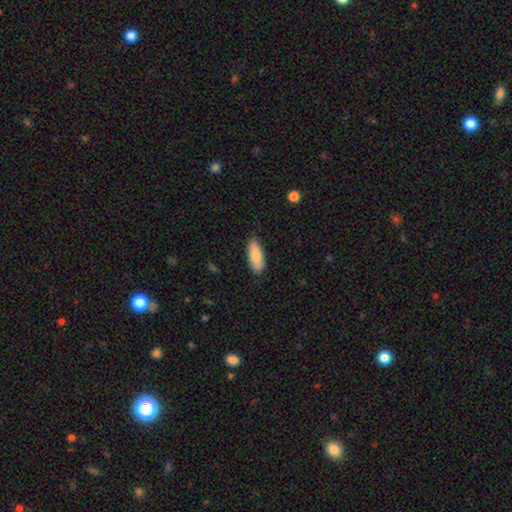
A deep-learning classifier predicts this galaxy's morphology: A smooth galaxy with no disk features (84%) that is in between round and cigar-shaped (69%).

Vote fractions:
- Smooth or featured? smooth: 84% / featured or disk: 11% / star or artifact: 6%
- How rounded? in between: 69% / cigar-shaped: 29% / round: 2%
- Merging? none: 84% / minor disturbance: 13% / major disturbance: 2% / merger: 1%